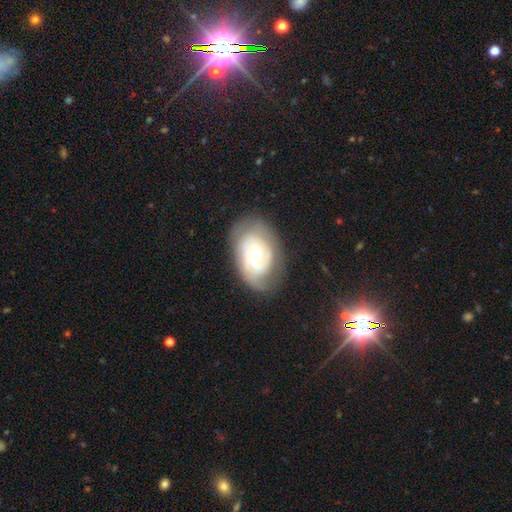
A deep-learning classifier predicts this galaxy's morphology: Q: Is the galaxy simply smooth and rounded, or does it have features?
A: featured or disk — 74%.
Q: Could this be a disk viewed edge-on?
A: no — 96%.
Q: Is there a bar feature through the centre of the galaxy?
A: no — 46%.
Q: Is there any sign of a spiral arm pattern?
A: yes — 87%.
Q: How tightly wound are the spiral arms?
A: tight — 61%.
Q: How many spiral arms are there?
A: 2 — 40%.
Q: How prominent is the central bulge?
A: moderate — 58%.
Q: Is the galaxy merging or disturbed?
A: none — 70%.